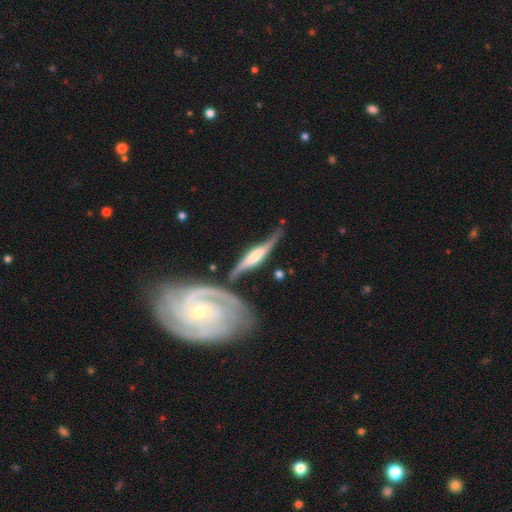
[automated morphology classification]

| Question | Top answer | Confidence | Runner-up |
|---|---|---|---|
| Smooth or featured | featured or disk | 77% | smooth (18%) |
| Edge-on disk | yes | 74% | no (26%) |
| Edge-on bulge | rounded | 68% | boxy (22%) |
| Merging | none | 54% | minor disturbance (22%) |